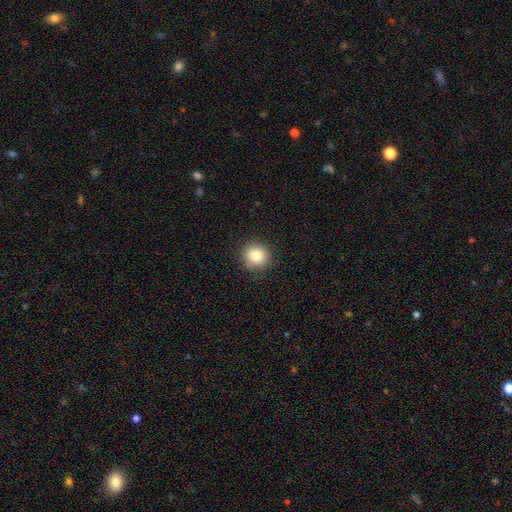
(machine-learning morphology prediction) This appears to be a smooth galaxy with no disk features (84%) that is round (91%). Merging: none (89%).